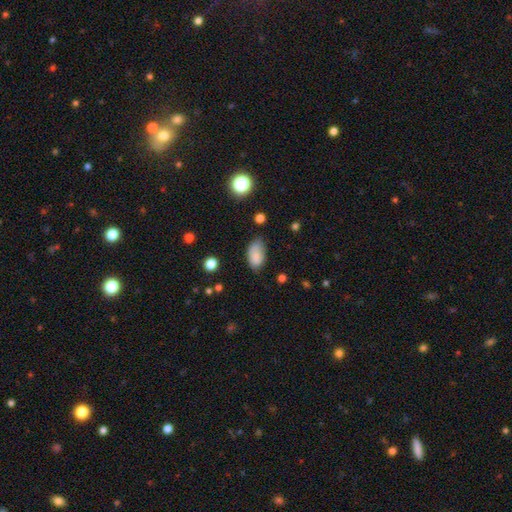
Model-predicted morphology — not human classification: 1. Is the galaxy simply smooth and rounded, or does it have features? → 82% smooth, 9% featured or disk, 9% star or artifact.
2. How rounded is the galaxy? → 93% in between, 5% round, 2% cigar-shaped.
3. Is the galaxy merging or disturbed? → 58% none, 32% minor disturbance, 8% major disturbance, 3% merger.